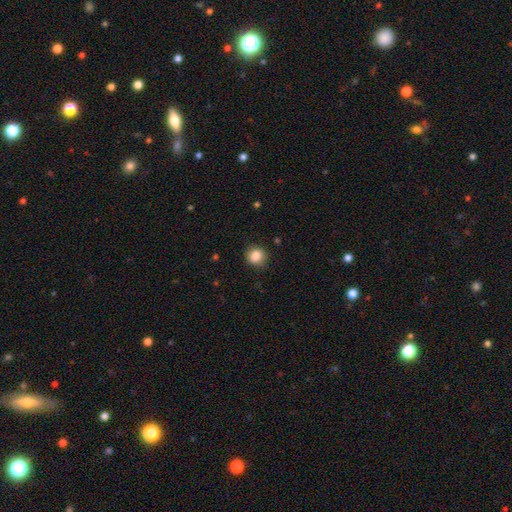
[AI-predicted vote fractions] This is clearly a smooth galaxy (85%). How rounded: clearly round (81%). Merging: clearly none (83%).